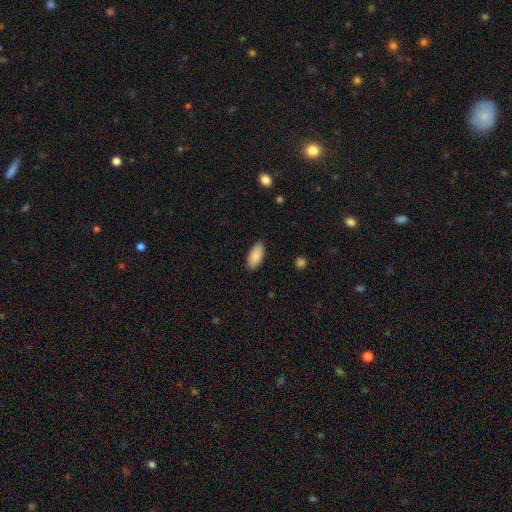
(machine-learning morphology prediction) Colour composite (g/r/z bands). It shows a smooth galaxy with no disk features (90%) that is in between round and cigar-shaped (91%). Merging: none (88%).